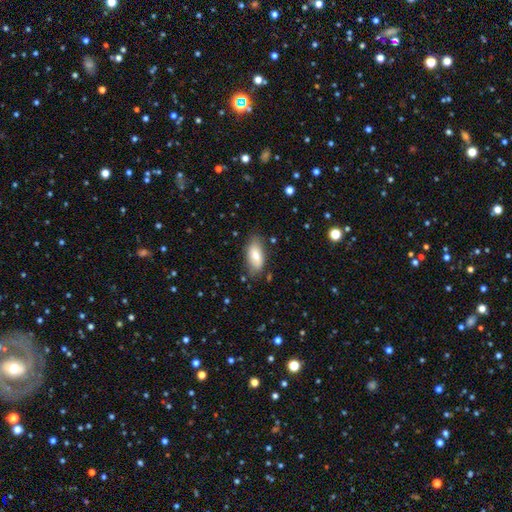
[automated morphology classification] Smooth or featured: smooth — 74% (featured or disk — 19%)
How rounded: in between — 90% (cigar-shaped — 7%)
Merging: none — 76% (minor disturbance — 18%)